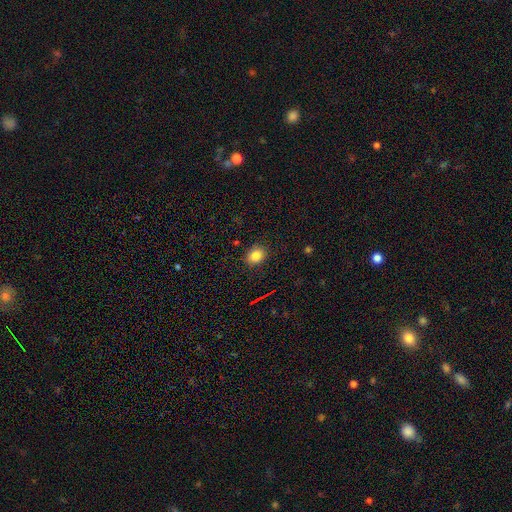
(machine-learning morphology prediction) smooth-or-featured: smooth: 82% | star or artifact: 11% | featured or disk: 7%
  how-rounded: round: 50% | in between: 49% | cigar-shaped: 1%
  merging: none: 87% | minor disturbance: 10% | major disturbance: 2% | merger: 1%